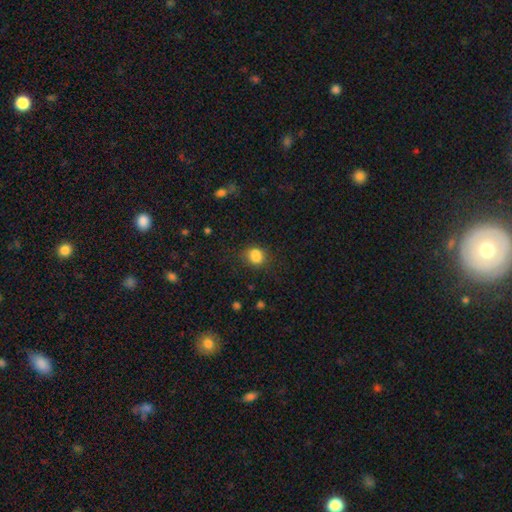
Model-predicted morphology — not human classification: Smooth or featured: smooth — 79% (star or artifact — 12%)
How rounded: round — 56% (in between — 43%)
Merging: none — 53% (merger — 23%)